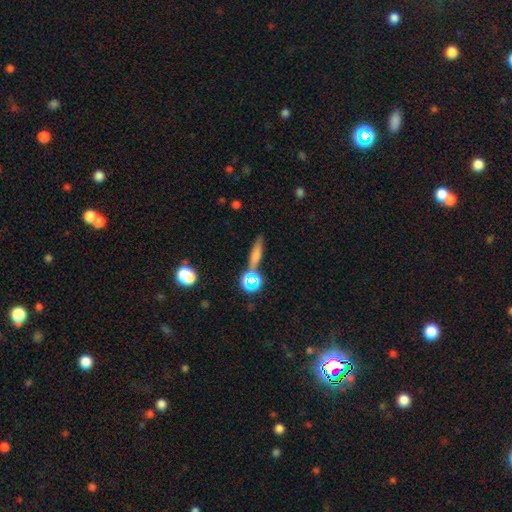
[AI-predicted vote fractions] Smooth or featured? smooth (60%)
How rounded? cigar-shaped (69%)
Merging? none (70%)